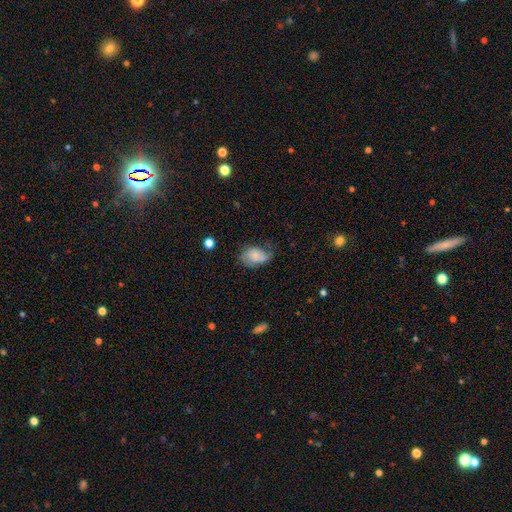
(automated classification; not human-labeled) Smooth or featured? Predicted: smooth (p=0.65). How rounded? Predicted: in between (p=0.86). Merging? Predicted: none (p=0.45).